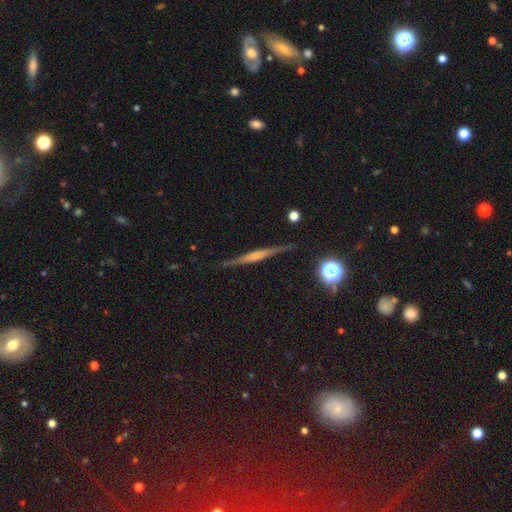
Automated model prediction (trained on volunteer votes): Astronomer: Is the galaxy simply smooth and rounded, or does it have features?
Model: featured or disk — 72%.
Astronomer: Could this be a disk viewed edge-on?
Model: yes — 97%.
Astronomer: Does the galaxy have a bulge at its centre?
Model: rounded — 42% (runner-up: boxy, 37%).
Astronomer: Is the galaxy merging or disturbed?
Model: none — 88%.